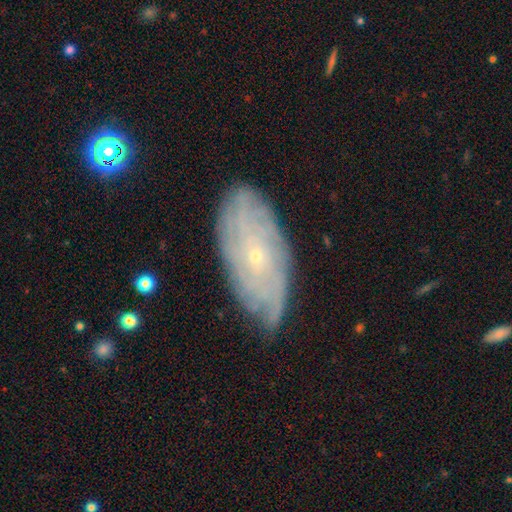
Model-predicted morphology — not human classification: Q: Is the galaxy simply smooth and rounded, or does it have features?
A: featured or disk — 73%.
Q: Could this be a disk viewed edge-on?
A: no — 91%.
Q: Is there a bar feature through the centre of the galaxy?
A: no — 81%.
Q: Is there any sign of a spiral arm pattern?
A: yes — 88%.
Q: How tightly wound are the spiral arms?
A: tight — 74%.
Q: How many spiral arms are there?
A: can't tell — 56%.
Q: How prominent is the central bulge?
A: small — 84%.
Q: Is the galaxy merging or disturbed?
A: none — 77%.